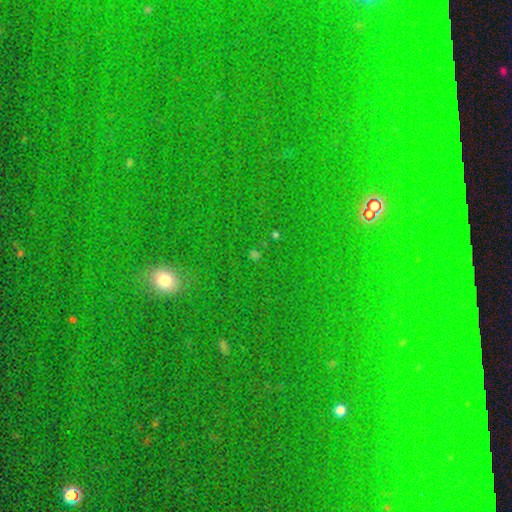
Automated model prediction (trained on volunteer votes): A star or artifact, not a galaxy (58%).